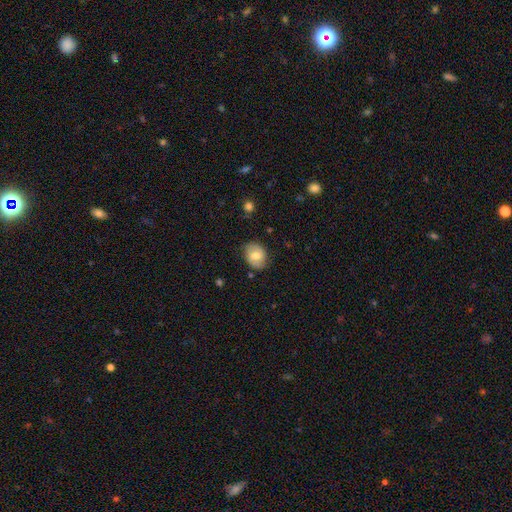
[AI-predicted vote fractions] The model was most divided on "smooth or featured": smooth: 49%, featured or disk: 44%, star or artifact: 7%. More confident: merging — none (80%).